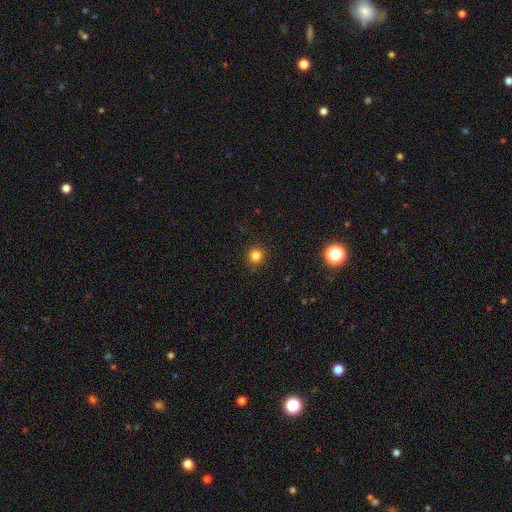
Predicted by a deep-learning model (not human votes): smooth_or_featured: smooth (p=0.83) [alt: star or artifact p=0.13]
how_rounded: round (p=0.93) [alt: in between p=0.06]
merging: none (p=0.90) [alt: minor disturbance p=0.07]